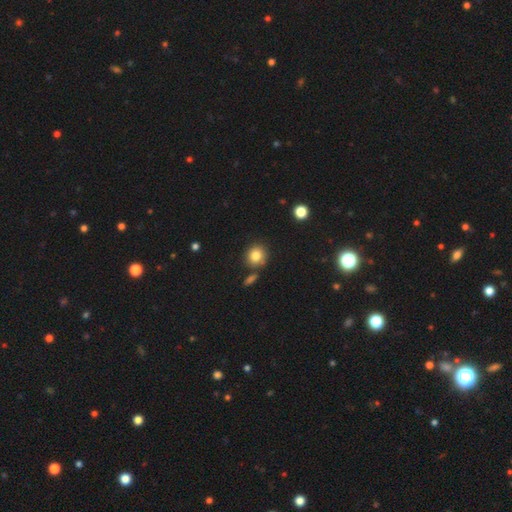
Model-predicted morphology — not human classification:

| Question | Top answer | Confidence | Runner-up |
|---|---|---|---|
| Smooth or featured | smooth | 82% | star or artifact (11%) |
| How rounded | round | 86% | in between (13%) |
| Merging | none | 77% | minor disturbance (10%) |